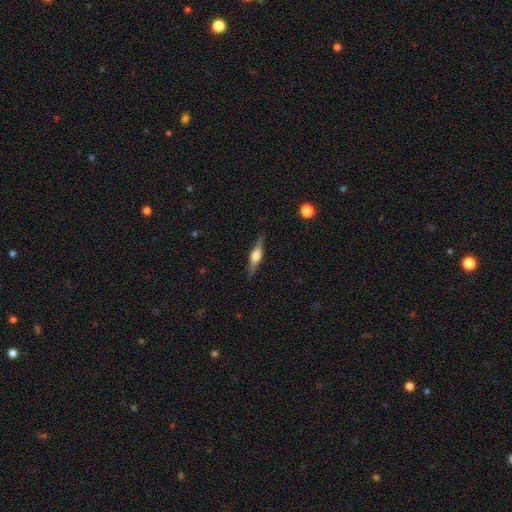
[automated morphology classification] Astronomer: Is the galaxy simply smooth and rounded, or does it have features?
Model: featured or disk — 69%.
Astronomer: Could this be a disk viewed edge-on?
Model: yes — 97%.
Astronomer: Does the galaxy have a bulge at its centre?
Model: rounded — 86%.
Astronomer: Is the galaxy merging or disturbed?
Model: none — 87%.